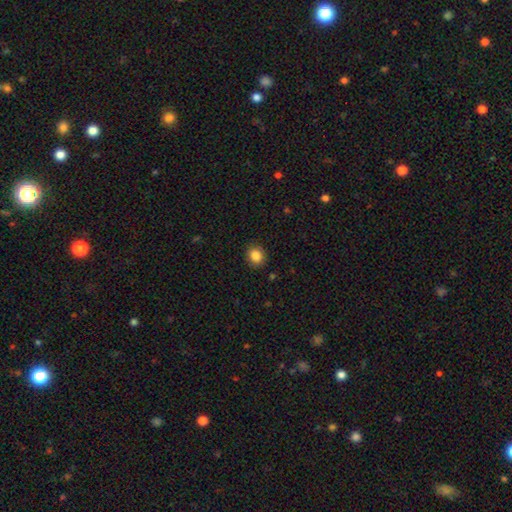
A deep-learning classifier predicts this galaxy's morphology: A smooth galaxy with no disk features (86%) that is round (78%).

Vote fractions:
- Smooth or featured? smooth: 86% / star or artifact: 10% / featured or disk: 5%
- How rounded? round: 78% / in between: 21% / cigar-shaped: 1%
- Merging? none: 89% / minor disturbance: 8% / major disturbance: 2% / merger: 1%